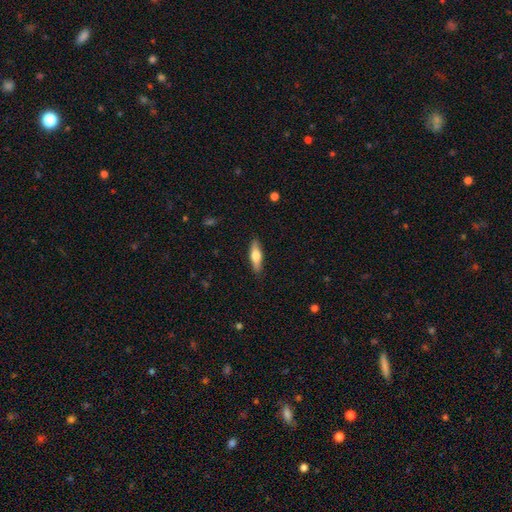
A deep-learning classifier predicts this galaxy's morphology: Smooth or featured? smooth (58%)
How rounded? cigar-shaped (62%)
Merging? none (89%)